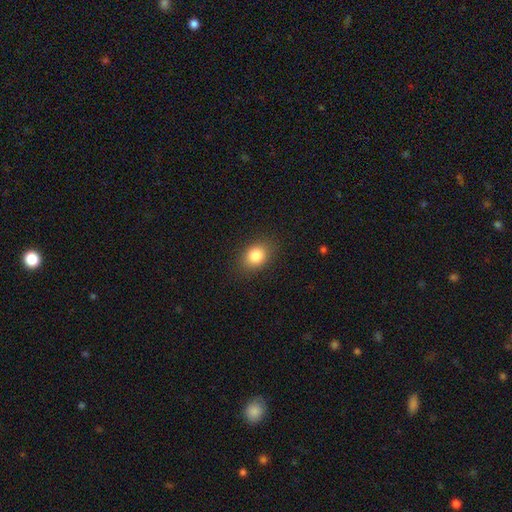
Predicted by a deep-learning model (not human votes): Smooth or featured? Predicted: smooth (p=0.84). How rounded? Predicted: in between (p=0.55). Merging? Predicted: none (p=0.87).